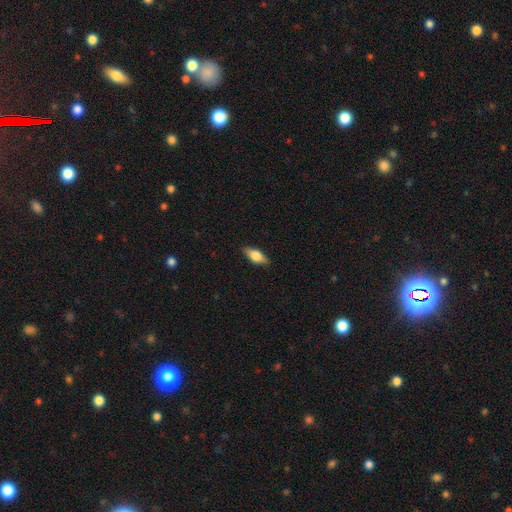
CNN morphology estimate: Smooth or featured? smooth (68%)
How rounded? in between (77%)
Merging? none (87%)